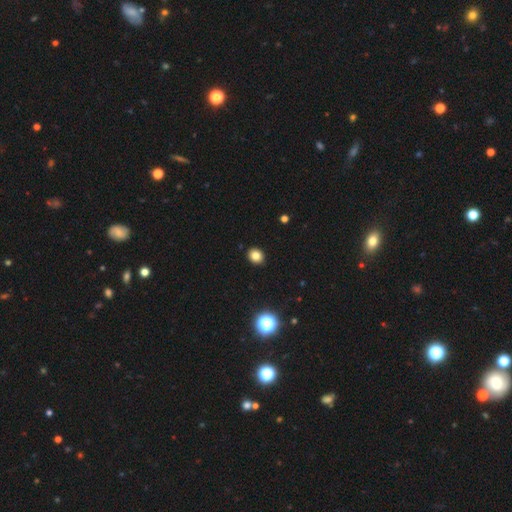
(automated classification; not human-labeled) A smooth galaxy with no disk features (81%) that is round (60%).

Vote fractions:
- Smooth or featured? smooth: 81% / star or artifact: 13% / featured or disk: 6%
- How rounded? round: 60% / in between: 39% / cigar-shaped: 1%
- Merging? none: 91% / minor disturbance: 6% / major disturbance: 2% / merger: 1%